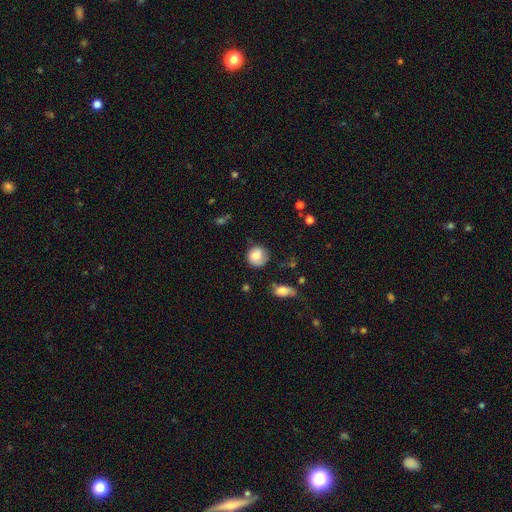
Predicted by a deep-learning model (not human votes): Smooth or featured? Predicted: smooth (p=0.73). How rounded? Predicted: round (p=0.86). Merging? Predicted: none (p=0.69).